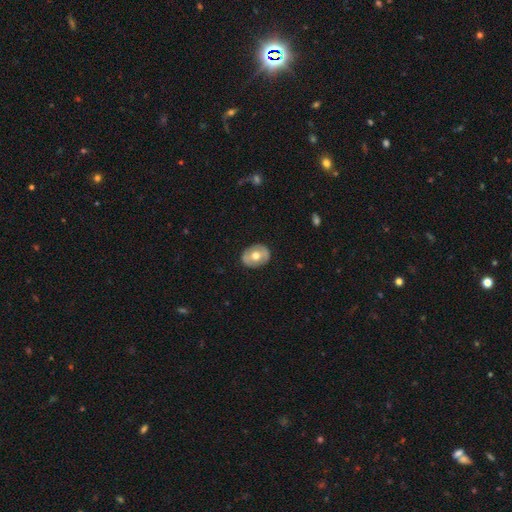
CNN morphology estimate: smooth 51%, featured or disk 42%, star or artifact 6%. Down the decision tree: how rounded — in between (55%); merging — none (85%).